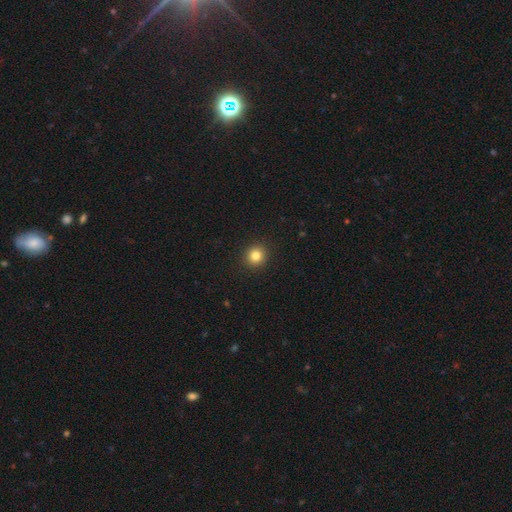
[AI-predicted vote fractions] Smooth or featured? smooth (82%)
How rounded? round (90%)
Merging? none (93%)